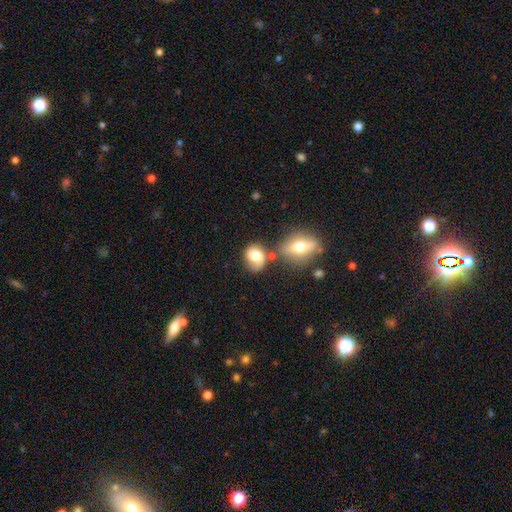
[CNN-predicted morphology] This is likely a smooth galaxy (63%). How rounded: possibly round (50%). Merging: possibly none (46%).